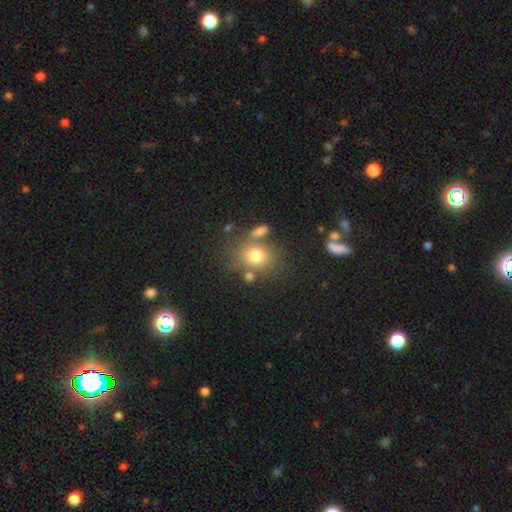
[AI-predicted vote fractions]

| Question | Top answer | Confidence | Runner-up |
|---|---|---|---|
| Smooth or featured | smooth | 74% | featured or disk (13%) |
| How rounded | round | 64% | in between (35%) |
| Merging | none | 61% | merger (19%) |